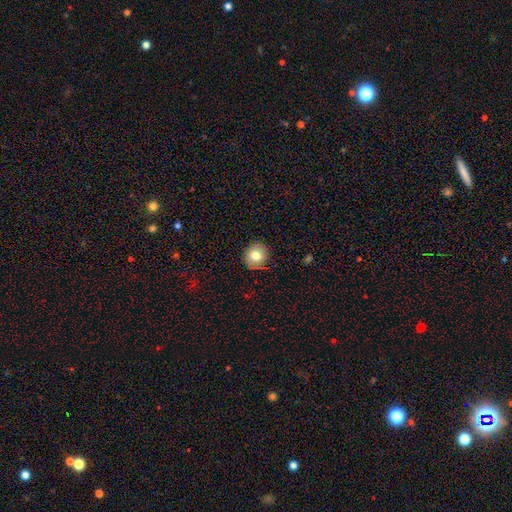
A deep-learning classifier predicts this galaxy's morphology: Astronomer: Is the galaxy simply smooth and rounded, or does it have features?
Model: smooth — 76%.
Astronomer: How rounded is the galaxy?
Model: round — 84%.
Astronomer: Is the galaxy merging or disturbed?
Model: none — 87%.